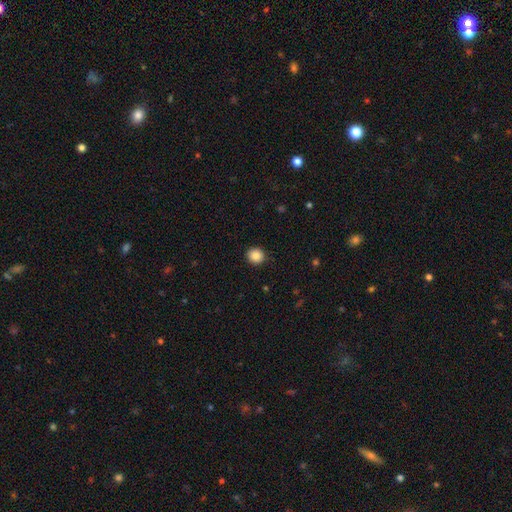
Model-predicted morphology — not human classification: This appears to be a smooth galaxy with no disk features (87%) that is round (89%). Merging: none (91%).